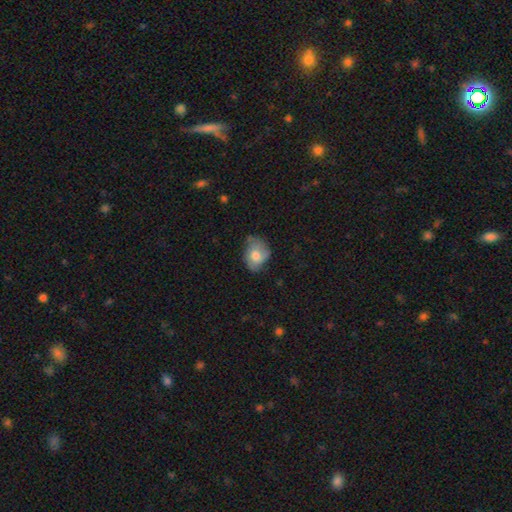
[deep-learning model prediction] Morphology: type=smooth (64%); roundness=in between (67%); merging=none (52%).